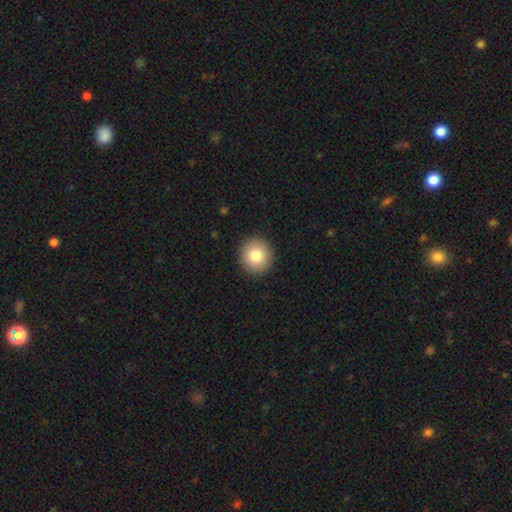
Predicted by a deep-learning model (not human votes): This appears to be a smooth galaxy with no disk features (82%) that is round (91%). Merging: none (92%).